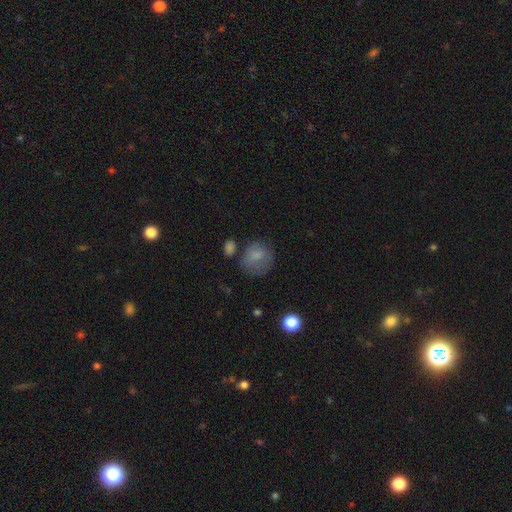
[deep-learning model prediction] This appears to be a smooth galaxy with no disk features (75%) that is round (66%). Merging: none (51%).